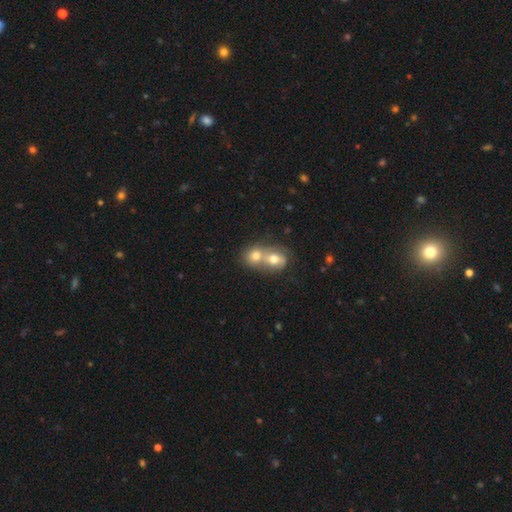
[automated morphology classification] This appears to be a smooth galaxy with no disk features (71%) that is round (68%). Merging: merger (73%).